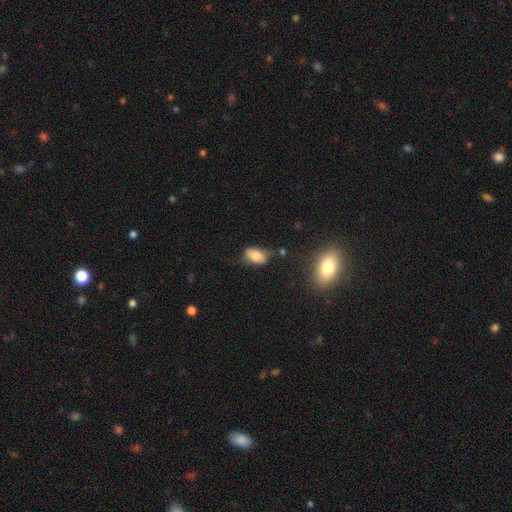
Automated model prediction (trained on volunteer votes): smooth_or_featured: smooth (p=0.77) [alt: featured or disk p=0.14]
how_rounded: in between (p=0.90) [alt: round p=0.08]
merging: none (p=0.56) [alt: minor disturbance p=0.31]